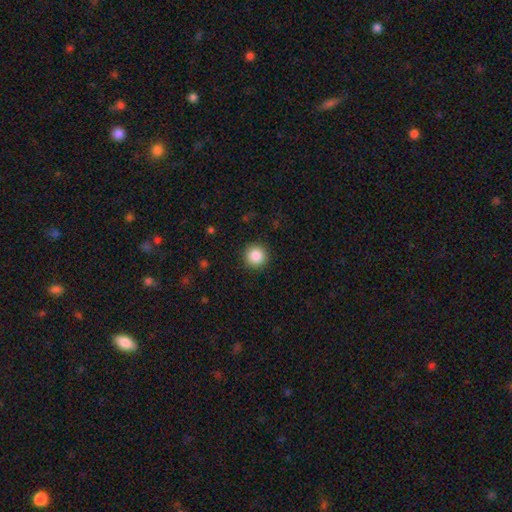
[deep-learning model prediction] Smooth or featured? Predicted: smooth (p=0.88). How rounded? Predicted: round (p=0.96). Merging? Predicted: none (p=0.91).